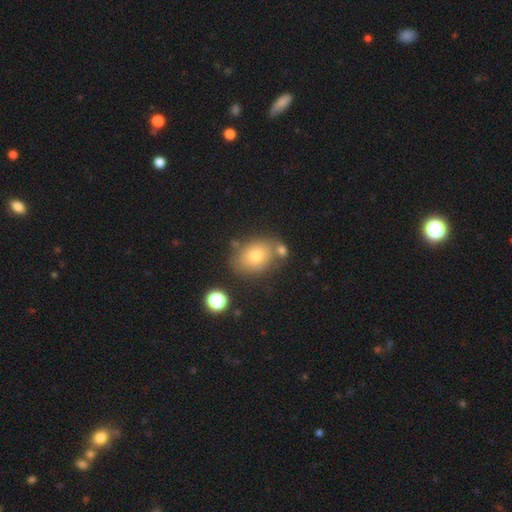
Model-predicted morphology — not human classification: smooth-or-featured: smooth: 73% | featured or disk: 15% | star or artifact: 12%
  how-rounded: in between: 57% | round: 41% | cigar-shaped: 1%
  merging: none: 68% | minor disturbance: 14% | merger: 14% | major disturbance: 4%